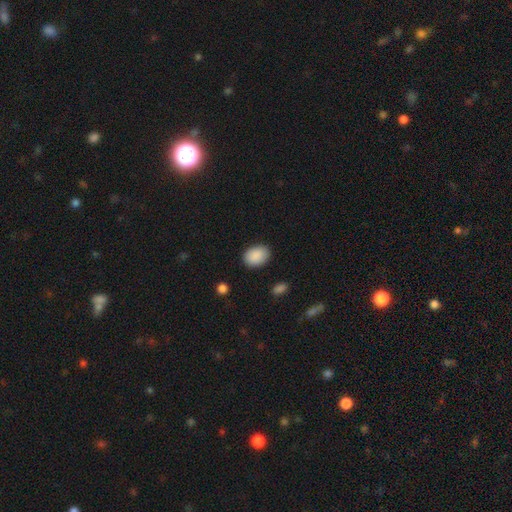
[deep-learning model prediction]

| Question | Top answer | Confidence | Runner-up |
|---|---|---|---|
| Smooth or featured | smooth | 90% | star or artifact (7%) |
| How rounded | in between | 75% | round (24%) |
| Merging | none | 85% | minor disturbance (11%) |